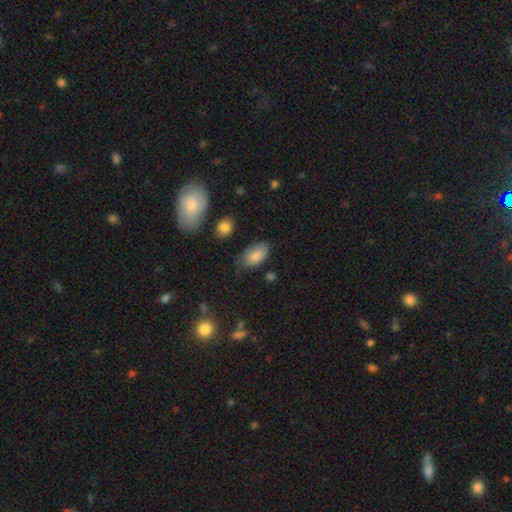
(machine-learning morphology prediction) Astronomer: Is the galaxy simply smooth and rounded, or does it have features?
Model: smooth — 83%.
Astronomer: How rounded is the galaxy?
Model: in between — 94%.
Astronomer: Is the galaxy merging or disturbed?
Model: none — 62%.